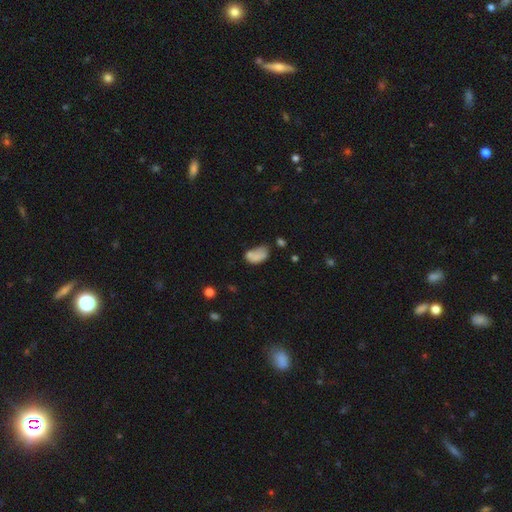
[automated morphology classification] Smooth or featured: smooth — 73% (featured or disk — 16%)
How rounded: in between — 91% (round — 7%)
Merging: none — 32% (minor disturbance — 29%)